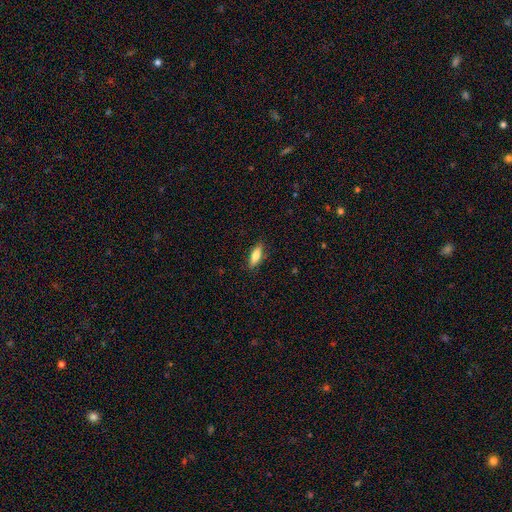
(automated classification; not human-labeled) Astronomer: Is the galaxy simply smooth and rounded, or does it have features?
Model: smooth — 72%.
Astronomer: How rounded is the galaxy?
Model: in between — 62%.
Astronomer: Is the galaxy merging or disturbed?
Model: none — 87%.